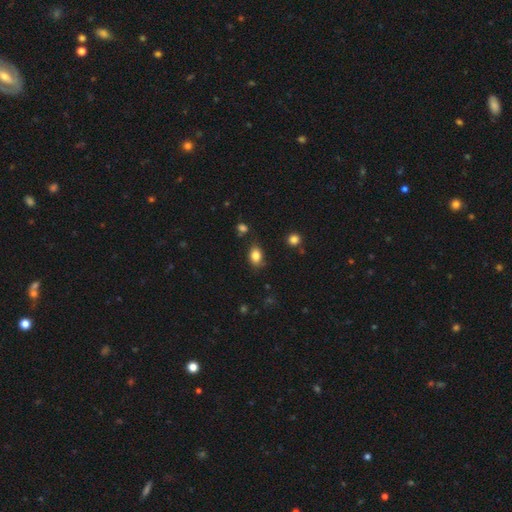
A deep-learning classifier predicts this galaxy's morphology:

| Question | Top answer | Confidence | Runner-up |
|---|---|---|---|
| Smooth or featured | smooth | 83% | star or artifact (10%) |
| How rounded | in between | 78% | round (20%) |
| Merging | none | 75% | minor disturbance (18%) |